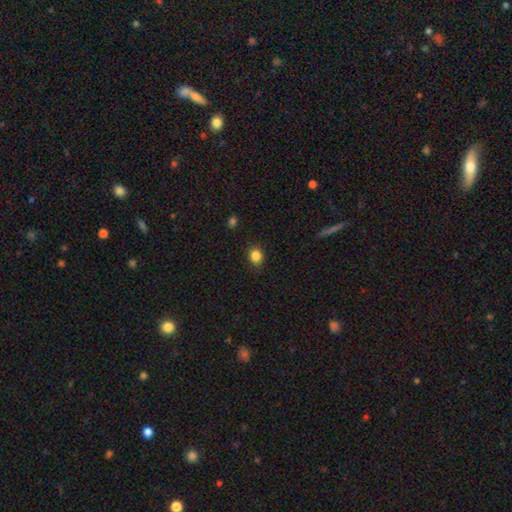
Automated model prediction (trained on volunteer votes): A smooth galaxy with no disk features (85%) that is round (71%).

Vote fractions:
- Smooth or featured? smooth: 85% / star or artifact: 11% / featured or disk: 4%
- How rounded? round: 71% / in between: 28% / cigar-shaped: 1%
- Merging? none: 88% / minor disturbance: 9% / major disturbance: 2% / merger: 1%